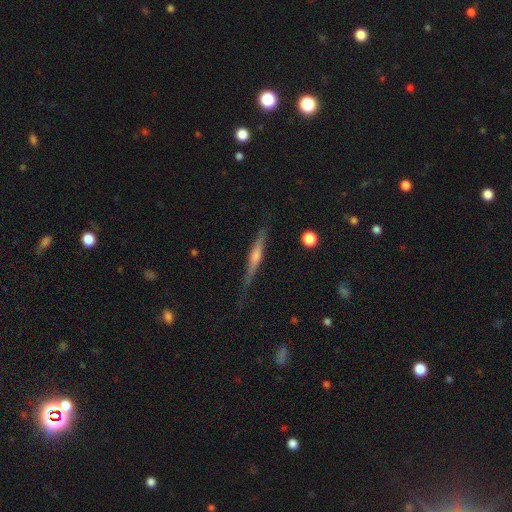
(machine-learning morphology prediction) Overall: featured or disk (68%). Edge-on disk: yes (97%). Edge-on bulge: rounded (75%). Merging: none (74%).